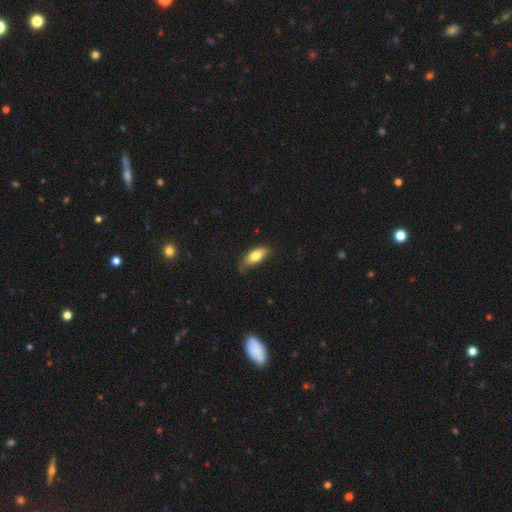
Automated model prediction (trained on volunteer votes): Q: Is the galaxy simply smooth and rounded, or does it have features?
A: smooth — 77%.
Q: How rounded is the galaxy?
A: in between — 82%.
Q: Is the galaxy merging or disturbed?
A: none — 63%.